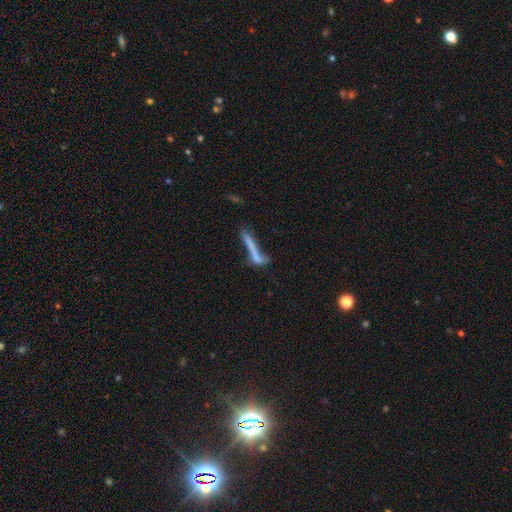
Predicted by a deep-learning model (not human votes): Smooth or featured? smooth (49%)
Merging? none (36%)